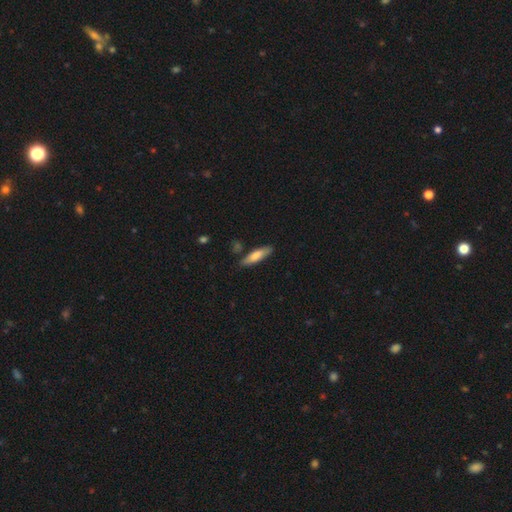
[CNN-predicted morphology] smooth 74%, featured or disk 20%, star or artifact 6%. Down the decision tree: how rounded — cigar-shaped (71%); merging — none (80%).